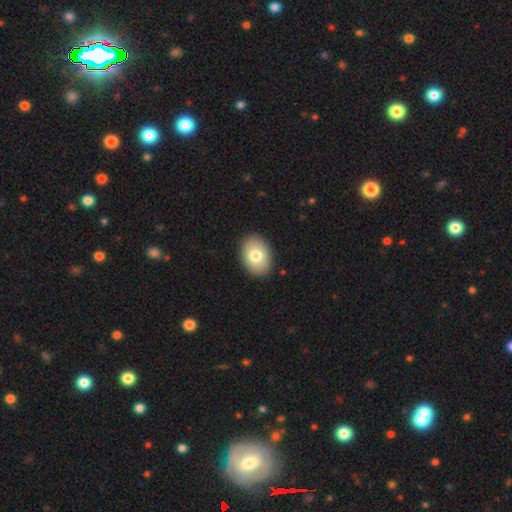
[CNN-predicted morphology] Overall: smooth (78%). How rounded: in between (76%). Merging: none (91%).